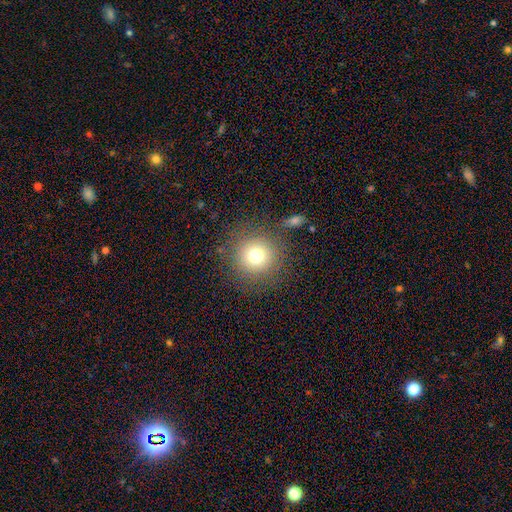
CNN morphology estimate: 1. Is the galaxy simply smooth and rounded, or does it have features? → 75% smooth, 14% star or artifact, 11% featured or disk.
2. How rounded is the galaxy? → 94% round, 5% in between, 1% cigar-shaped.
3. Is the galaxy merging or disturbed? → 83% none, 9% minor disturbance, 4% major disturbance, 4% merger.